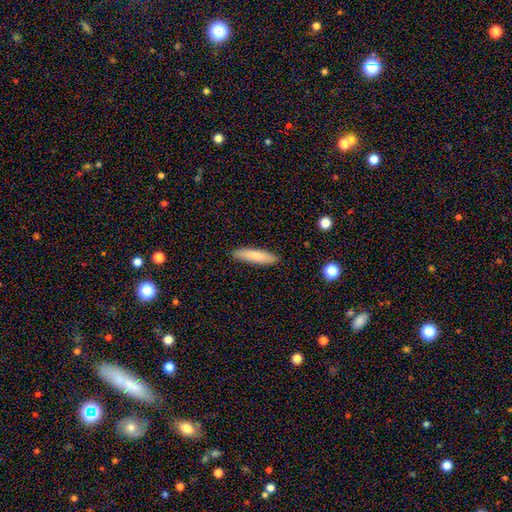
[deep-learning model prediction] Smooth or featured? Predicted: smooth (p=0.81). How rounded? Predicted: cigar-shaped (p=0.77). Merging? Predicted: none (p=0.89).